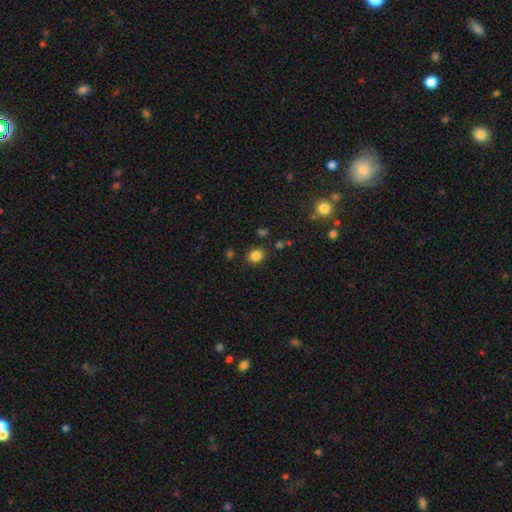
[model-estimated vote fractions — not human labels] Morphology: type=smooth (84%); roundness=round (67%); merging=none (83%).